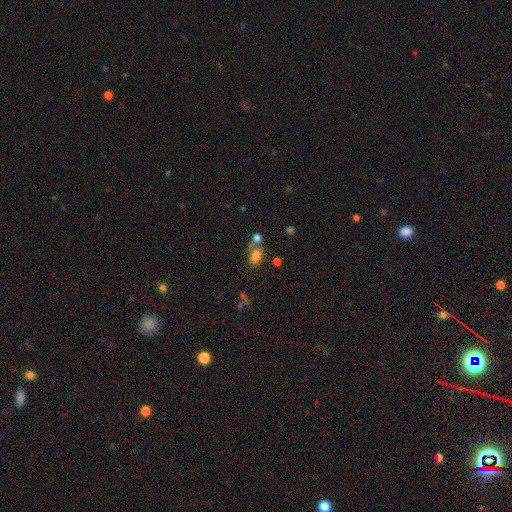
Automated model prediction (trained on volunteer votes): Overall: smooth (75%). How rounded: in between (80%). Merging: none (46%; merger 32%).